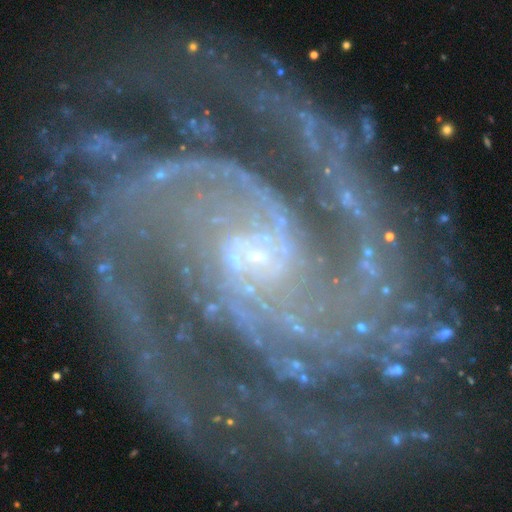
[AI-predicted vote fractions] Morphology: type=featured or disk (92%); edge-on=no (98%); bar=no (46%); spiral arms=yes (99%); winding=medium (51%); arm count=2 (57%); bulge=small (74%); merging=none (66%).